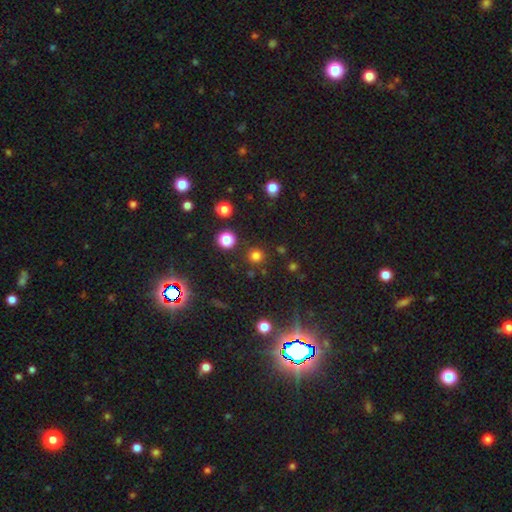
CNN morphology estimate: Smooth or featured? smooth (74%)
How rounded? round (93%)
Merging? none (87%)